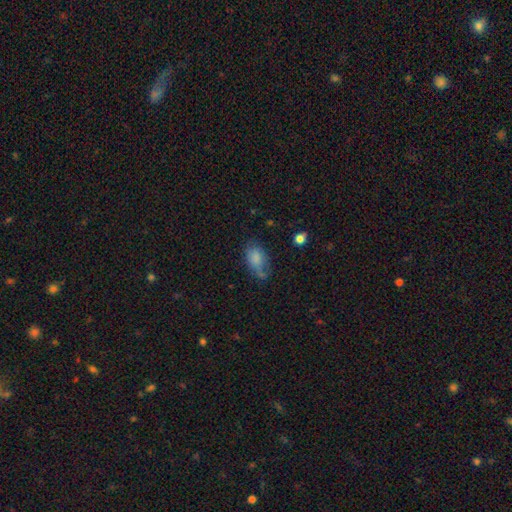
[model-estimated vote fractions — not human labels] A smooth galaxy with no disk features (75%) that is in between round and cigar-shaped (85%). Merging: none (52%).